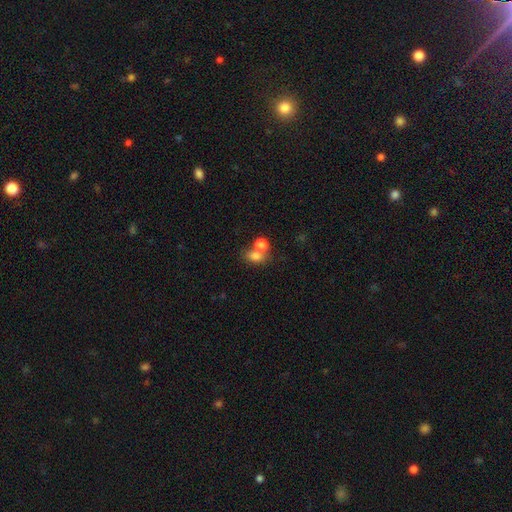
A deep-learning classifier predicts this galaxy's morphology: Smooth or featured: smooth — 77% (star or artifact — 12%)
How rounded: in between — 66% (round — 32%)
Merging: merger — 43% (none — 42%)